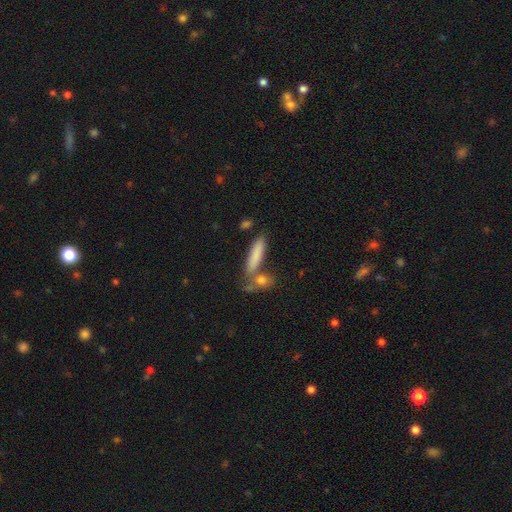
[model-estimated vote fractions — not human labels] Smooth or featured?
  - smooth: 80% *
  - featured or disk: 13%
  - star or artifact: 7%
How rounded?
  - cigar-shaped: 76% *
  - in between: 22%
  - round: 2%
Merging?
  - none: 67% *
  - merger: 16%
  - minor disturbance: 12%
  - major disturbance: 4%